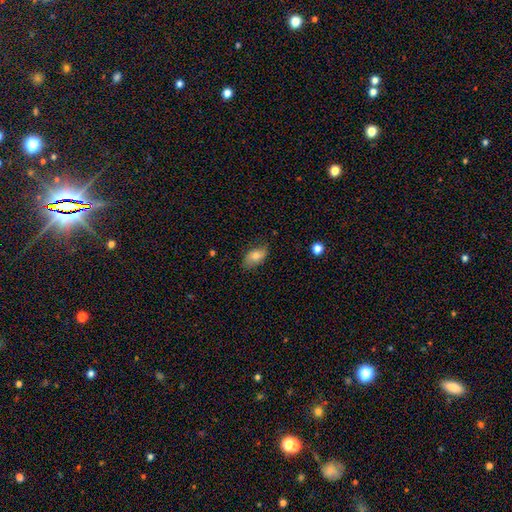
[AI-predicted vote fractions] The model was most divided on "merging": none: 76%, minor disturbance: 20%, major disturbance: 4%, merger: 1%. More confident: how rounded — in between (92%); smooth or featured — smooth (75%).